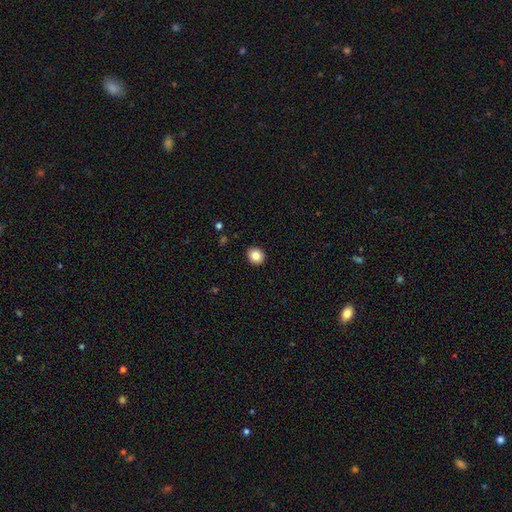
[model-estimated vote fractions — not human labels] A smooth galaxy with no disk features (85%) that is round (77%).

Vote fractions:
- Smooth or featured? smooth: 85% / star or artifact: 10% / featured or disk: 6%
- How rounded? round: 77% / in between: 22% / cigar-shaped: 1%
- Merging? none: 92% / minor disturbance: 5% / major disturbance: 2% / merger: 1%